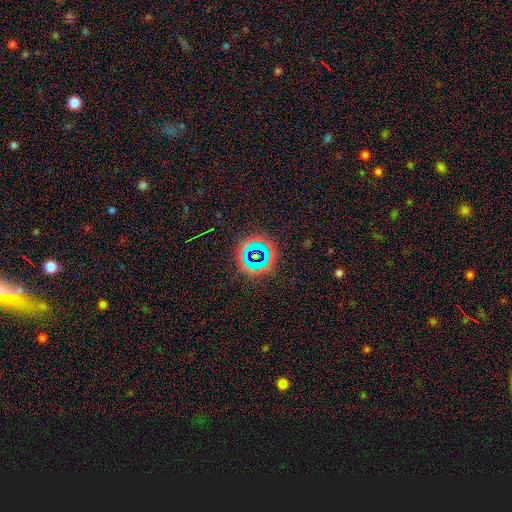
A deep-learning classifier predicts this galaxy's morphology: smooth_or_featured: star or artifact (p=0.67) [alt: smooth p=0.19]